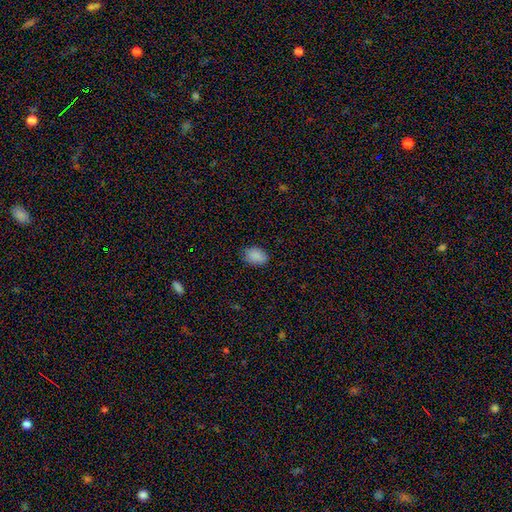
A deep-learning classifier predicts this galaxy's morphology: Overall: smooth (88%). How rounded: in between (83%). Merging: none (82%).